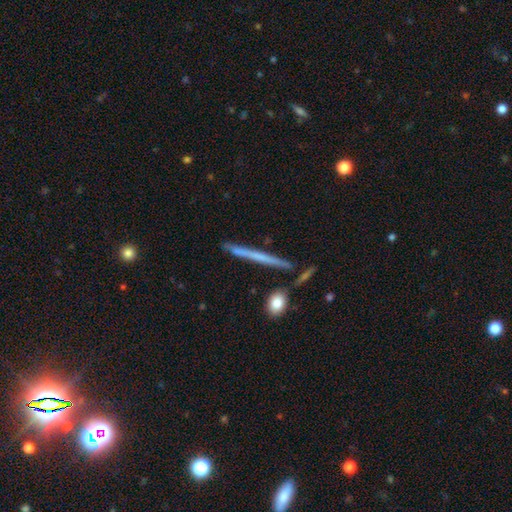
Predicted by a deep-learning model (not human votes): smooth-or-featured: featured or disk: 51% | smooth: 43% | star or artifact: 6%
  disk-edge-on: yes: 96% | no: 4%
  merging: none: 86% | minor disturbance: 9% | merger: 3% | major disturbance: 2%